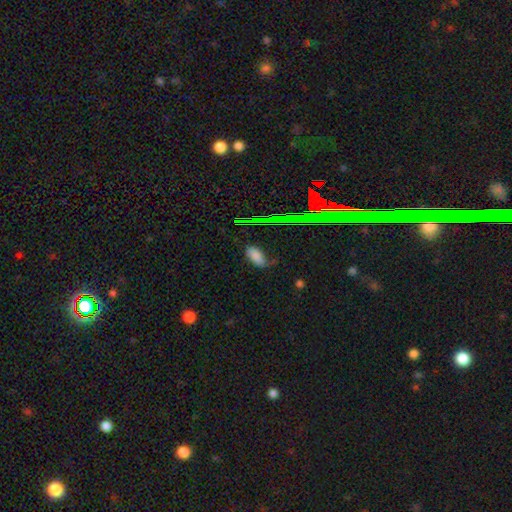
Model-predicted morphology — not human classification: The model was most divided on "merging": none: 59%, minor disturbance: 29%, major disturbance: 9%, merger: 3%. More confident: how rounded — in between (92%); smooth or featured — smooth (74%).